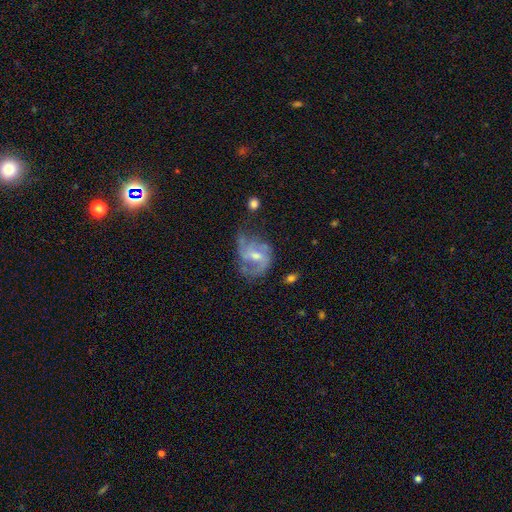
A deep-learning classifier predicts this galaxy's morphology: smooth_or_featured: featured or disk (p=0.75) [alt: smooth p=0.17]
disk_edge_on: no (p=0.98) [alt: yes p=0.02]
bar: weak (p=0.49) [alt: no p=0.40]
has_spiral_arms: yes (p=0.86) [alt: no p=0.14]
spiral_winding: medium (p=0.47) [alt: loose p=0.30]
spiral_arm_count: 2 (p=0.42) [alt: 3 p=0.22]
bulge_size: moderate (p=0.48) [alt: small p=0.43]
merging: none (p=0.42) [alt: minor disturbance p=0.28]